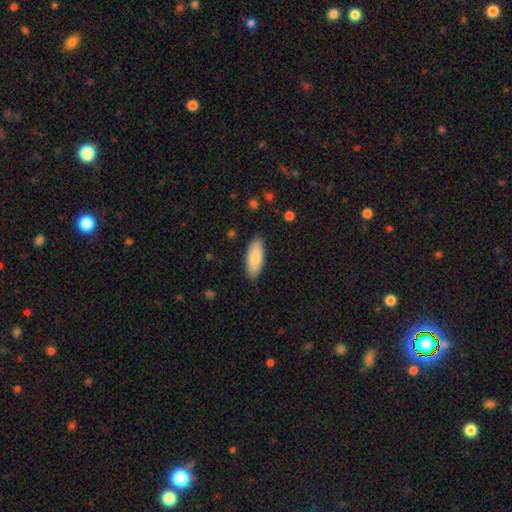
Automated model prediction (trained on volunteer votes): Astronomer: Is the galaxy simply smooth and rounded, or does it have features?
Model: smooth — 84%.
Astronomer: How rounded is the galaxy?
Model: in between — 77%.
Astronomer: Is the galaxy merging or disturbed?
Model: none — 89%.